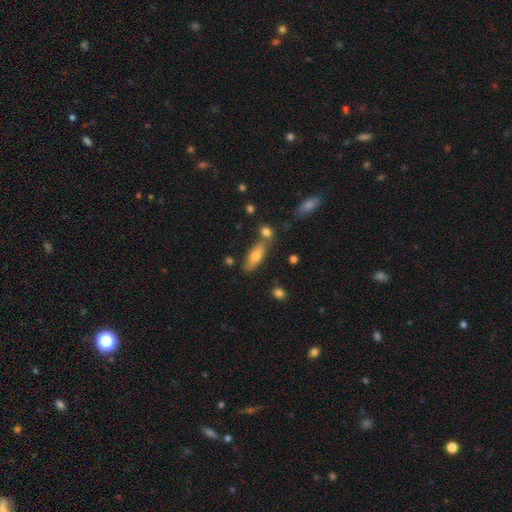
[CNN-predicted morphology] Smooth or featured? Predicted: smooth (p=0.70). How rounded? Predicted: in between (p=0.65). Merging? Predicted: none (p=0.68).